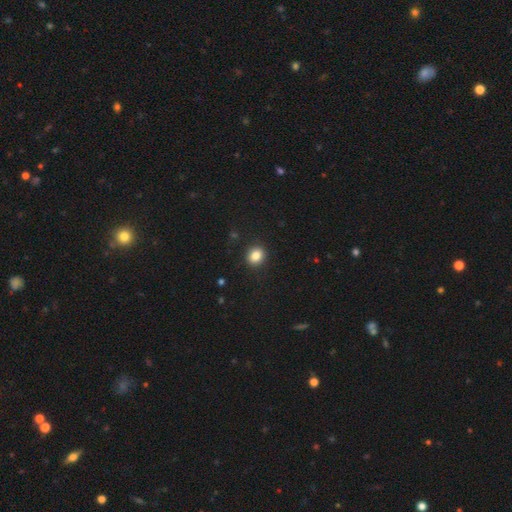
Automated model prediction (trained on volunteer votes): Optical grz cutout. It shows a smooth galaxy with no disk features (84%) that is round (70%). Merging: none (90%).